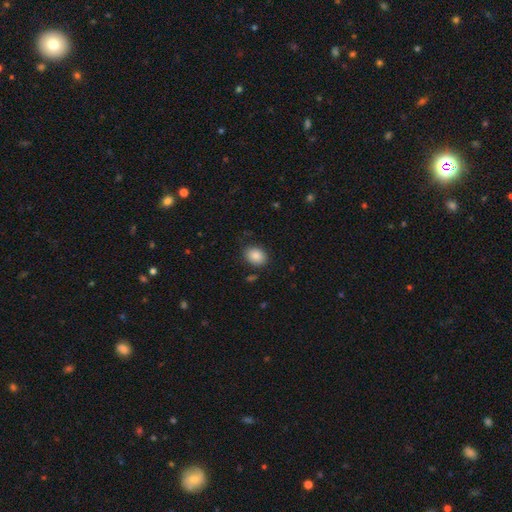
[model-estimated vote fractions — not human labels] smooth_or_featured: smooth (p=0.87) [alt: star or artifact p=0.08]
how_rounded: in between (p=0.63) [alt: round p=0.36]
merging: none (p=0.85) [alt: minor disturbance p=0.11]